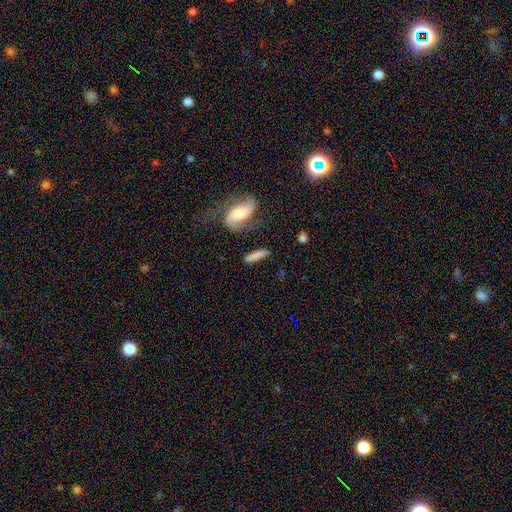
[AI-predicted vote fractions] Smooth or featured?
  - smooth: 68% *
  - featured or disk: 24%
  - star or artifact: 8%
How rounded?
  - cigar-shaped: 74% *
  - in between: 22%
  - round: 3%
Merging?
  - none: 69% *
  - minor disturbance: 16%
  - merger: 9%
  - major disturbance: 7%